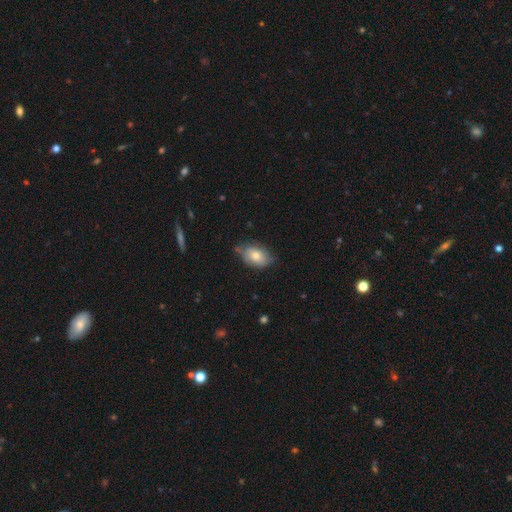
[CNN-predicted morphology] type=smooth (69%); roundness=in between (84%); merging=none (56%).